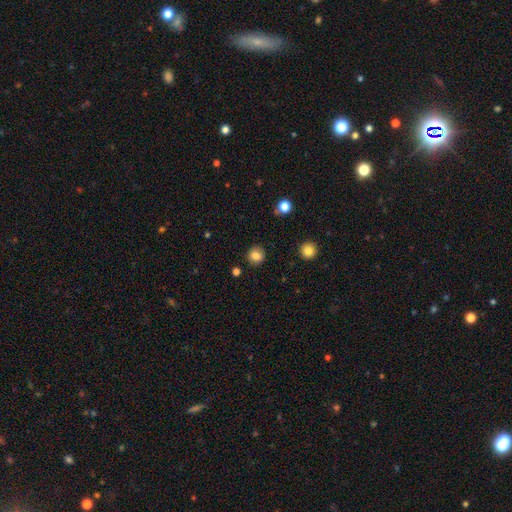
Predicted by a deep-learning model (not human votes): Smooth or featured? smooth (83%)
How rounded? round (88%)
Merging? none (89%)